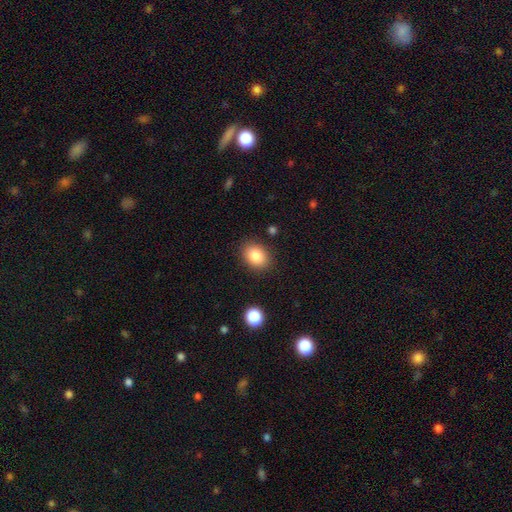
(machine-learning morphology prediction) smooth-or-featured: smooth: 85% | star or artifact: 9% | featured or disk: 6%
  how-rounded: in between: 63% | round: 36% | cigar-shaped: 1%
  merging: none: 86% | minor disturbance: 9% | major disturbance: 3% | merger: 2%